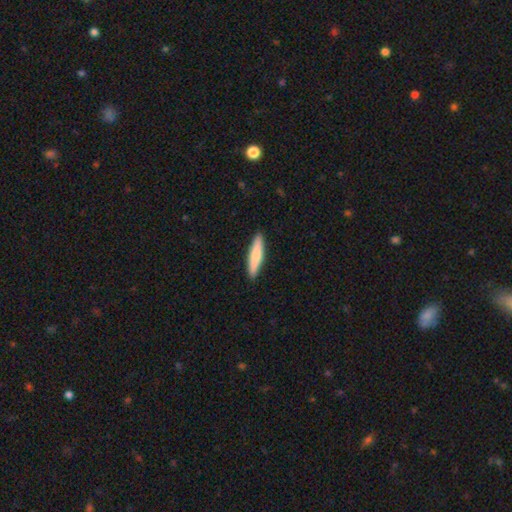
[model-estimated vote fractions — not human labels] A smooth galaxy with no disk features (76%) that is cigar-shaped (85%).

Vote fractions:
- Smooth or featured? smooth: 76% / featured or disk: 20% / star or artifact: 5%
- How rounded? cigar-shaped: 85% / in between: 14% / round: 1%
- Merging? none: 91% / minor disturbance: 7% / major disturbance: 1% / merger: 1%